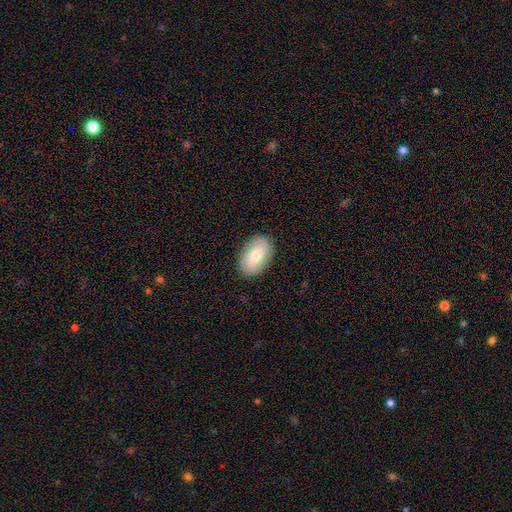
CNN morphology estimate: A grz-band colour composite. It shows a smooth galaxy with no disk features (71%) that is in between round and cigar-shaped (90%). Merging: none (87%).